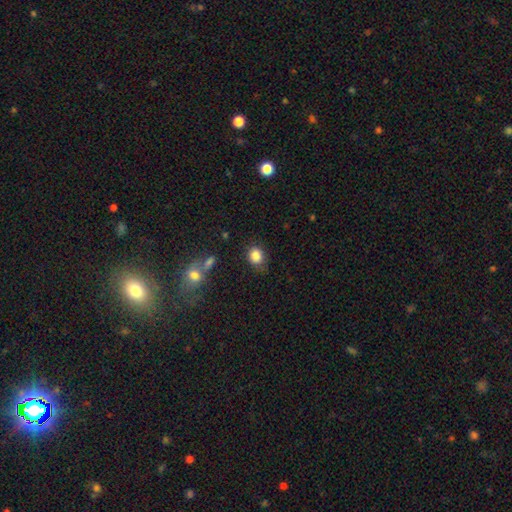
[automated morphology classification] smooth_or_featured: smooth (p=0.85) [alt: star or artifact p=0.09]
how_rounded: round (p=0.52) [alt: in between p=0.47]
merging: none (p=0.70) [alt: minor disturbance p=0.21]